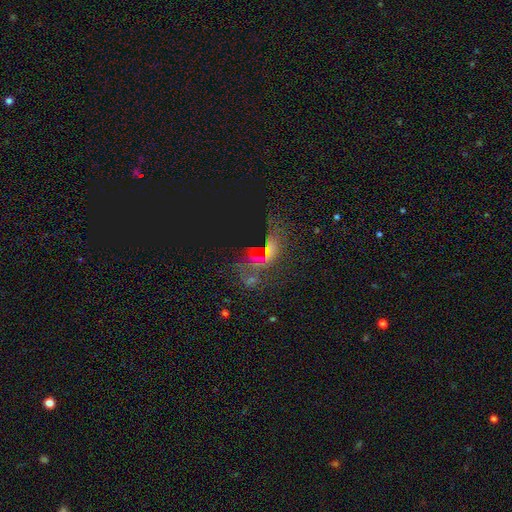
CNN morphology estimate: A star or artifact, not a galaxy (58%).

Vote fractions:
- Smooth or featured? star or artifact: 58% / smooth: 22% / featured or disk: 21%